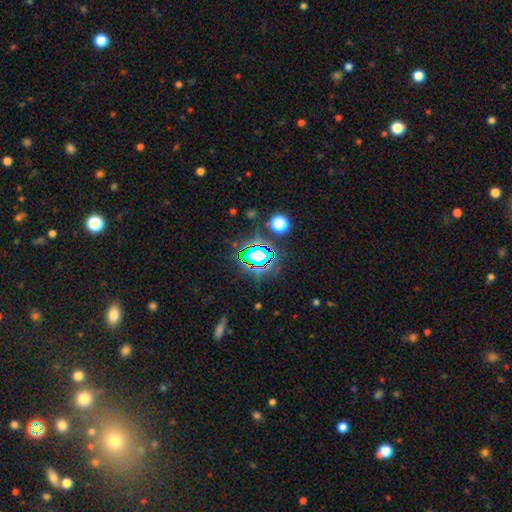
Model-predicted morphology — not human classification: A star or artifact, not a galaxy (70%).